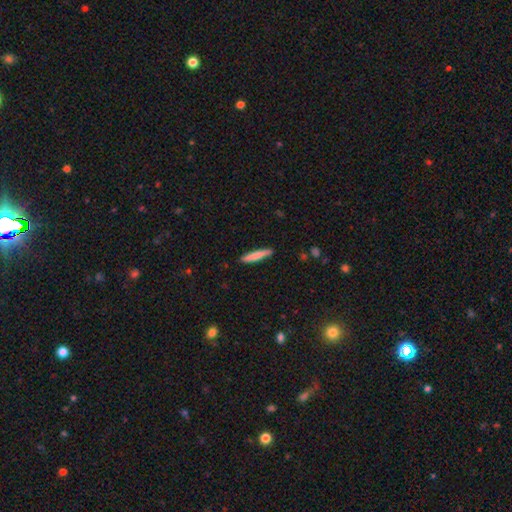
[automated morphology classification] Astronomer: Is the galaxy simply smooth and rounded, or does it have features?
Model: smooth — 78%.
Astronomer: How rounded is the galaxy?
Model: cigar-shaped — 92%.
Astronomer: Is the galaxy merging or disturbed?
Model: none — 88%.